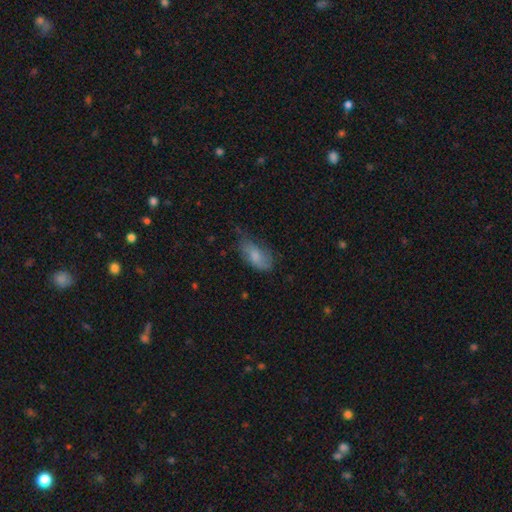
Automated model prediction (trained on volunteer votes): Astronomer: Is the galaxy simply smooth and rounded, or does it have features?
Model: smooth — 74%.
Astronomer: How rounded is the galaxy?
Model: in between — 90%.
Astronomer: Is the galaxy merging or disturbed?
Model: none — 46% (runner-up: minor disturbance, 38%).